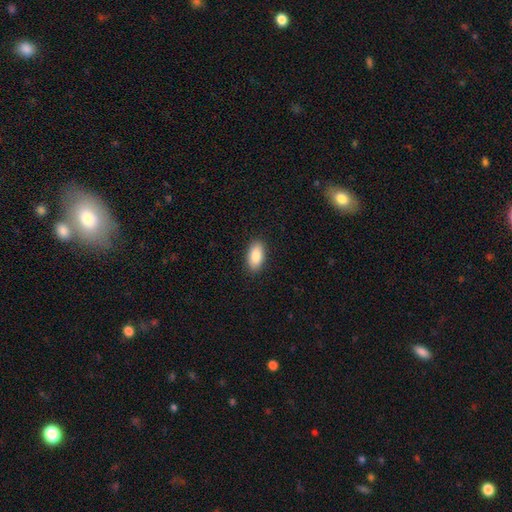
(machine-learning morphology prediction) Q: Smooth or featured?
A: smooth (88%); runner-up: star or artifact (7%)
Q: How rounded?
A: in between (93%); runner-up: cigar-shaped (4%)
Q: Merging?
A: none (90%); runner-up: minor disturbance (7%)